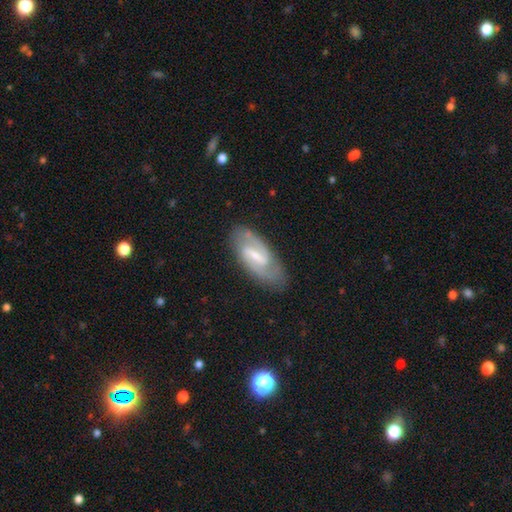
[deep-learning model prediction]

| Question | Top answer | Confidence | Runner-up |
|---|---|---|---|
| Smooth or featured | featured or disk | 82% | smooth (13%) |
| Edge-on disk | no | 95% | yes (5%) |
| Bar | weak | 48% | strong (42%) |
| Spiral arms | yes | 94% | no (6%) |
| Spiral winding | medium | 53% | tight (28%) |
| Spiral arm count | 2 | 89% | can't tell (6%) |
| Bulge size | small | 56% | moderate (29%) |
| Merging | none | 83% | minor disturbance (13%) |